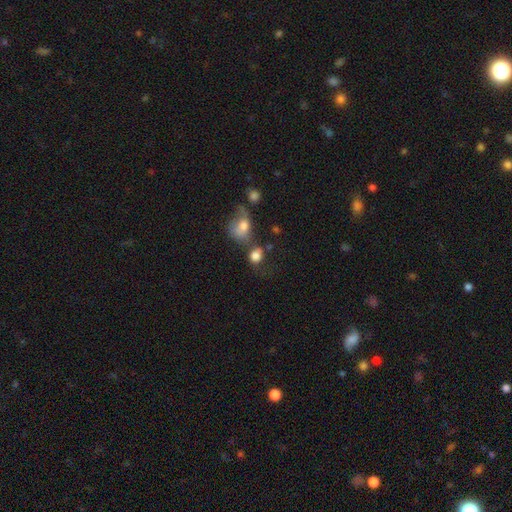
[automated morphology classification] Smooth or featured? Predicted: smooth (p=0.79). How rounded? Predicted: round (p=0.58). Merging? Predicted: none (p=0.38).